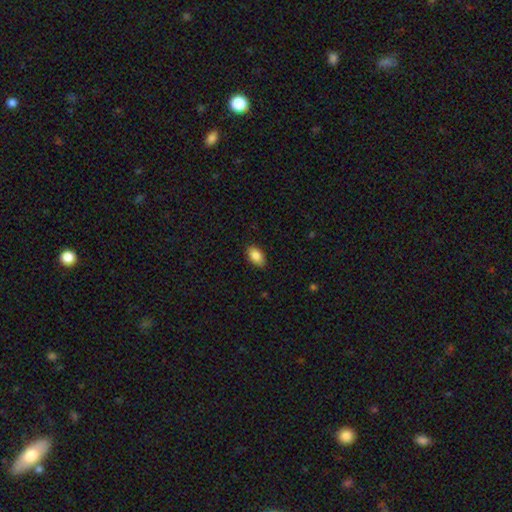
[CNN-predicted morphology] The model was most divided on "merging": none: 86%, minor disturbance: 11%, major disturbance: 2%, merger: 1%. More confident: how rounded — in between (92%); smooth or featured — smooth (87%).